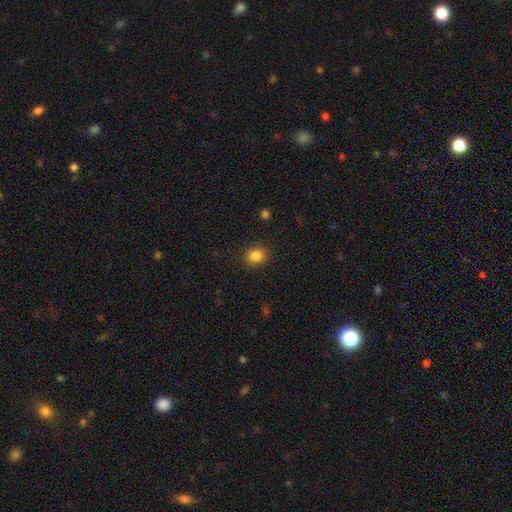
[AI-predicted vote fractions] smooth-or-featured: smooth: 85% | star or artifact: 10% | featured or disk: 5%
  how-rounded: round: 70% | in between: 29% | cigar-shaped: 1%
  merging: none: 89% | minor disturbance: 7% | major disturbance: 2% | merger: 1%